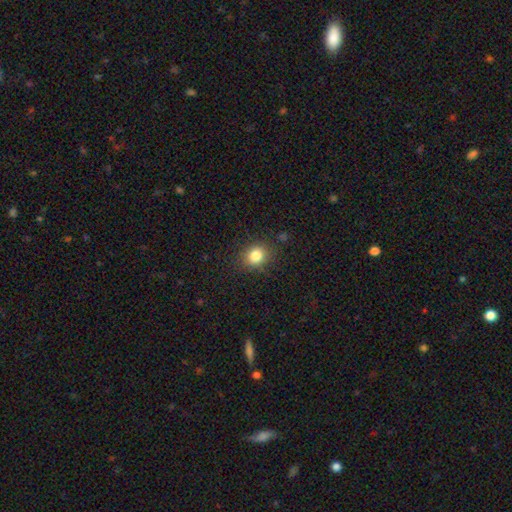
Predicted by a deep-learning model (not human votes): Smooth or featured? smooth (82%)
How rounded? round (65%)
Merging? none (86%)